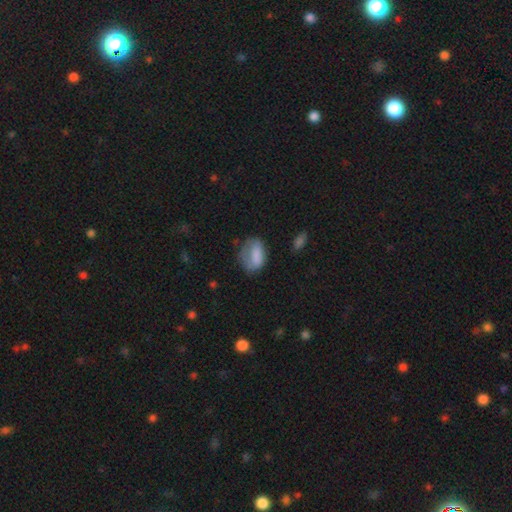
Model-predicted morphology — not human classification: A smooth galaxy with no disk features (74%) that is in between round and cigar-shaped (80%). Merging: none (44%).